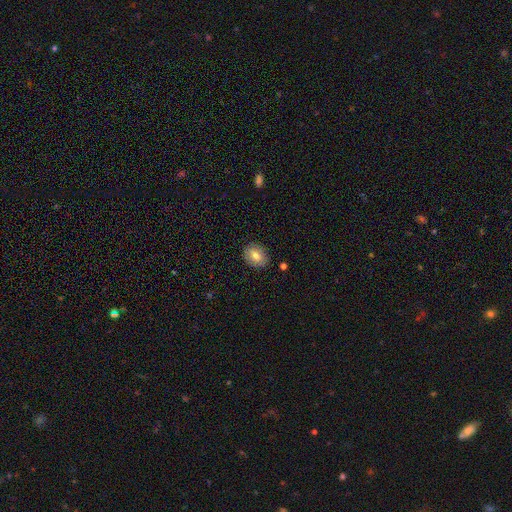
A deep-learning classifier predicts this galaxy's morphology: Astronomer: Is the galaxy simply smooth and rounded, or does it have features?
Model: smooth — 74%.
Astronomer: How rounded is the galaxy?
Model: in between — 63%.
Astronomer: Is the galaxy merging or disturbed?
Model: none — 87%.